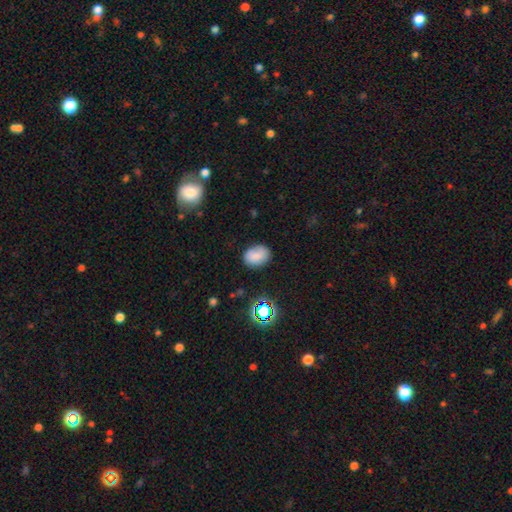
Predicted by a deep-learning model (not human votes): smooth 78%, star or artifact 12%, featured or disk 10%. Down the decision tree: how rounded — in between (62%); merging — none (78%).